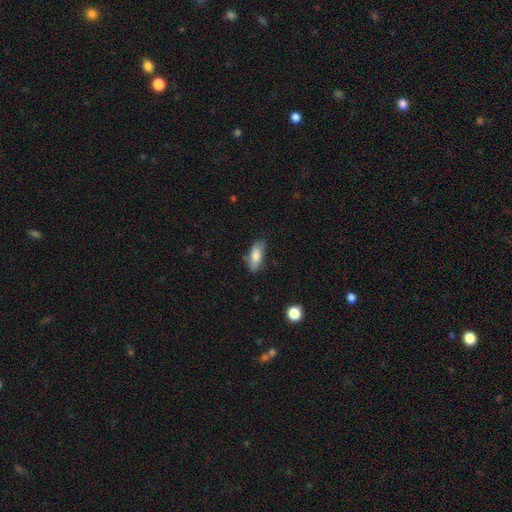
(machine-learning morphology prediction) This is likely a smooth galaxy (77%). How rounded: likely in between (80%). Merging: likely none (65%).